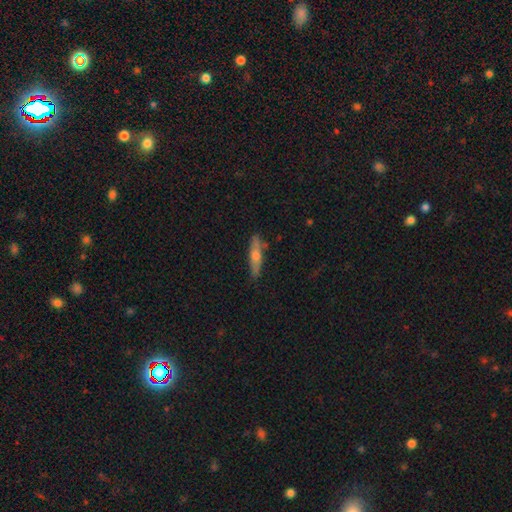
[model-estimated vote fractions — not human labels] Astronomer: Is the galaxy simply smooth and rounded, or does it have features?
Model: smooth — 51% (runner-up: featured or disk, 43%).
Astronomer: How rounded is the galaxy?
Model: cigar-shaped — 81%.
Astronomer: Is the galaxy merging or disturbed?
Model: none — 81%.